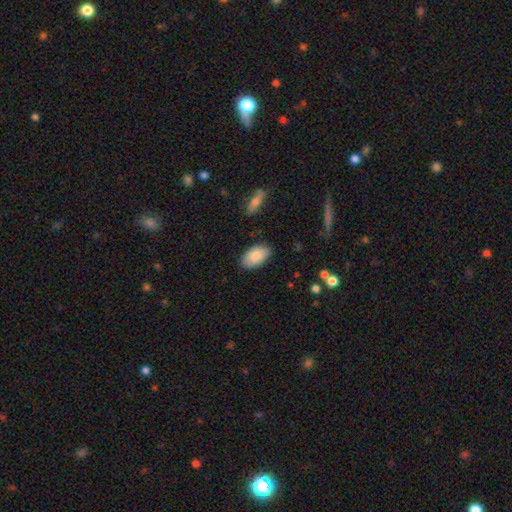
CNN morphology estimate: smooth_or_featured: smooth (p=0.86) [alt: featured or disk p=0.08]
how_rounded: in between (p=0.94) [alt: round p=0.04]
merging: none (p=0.84) [alt: minor disturbance p=0.12]